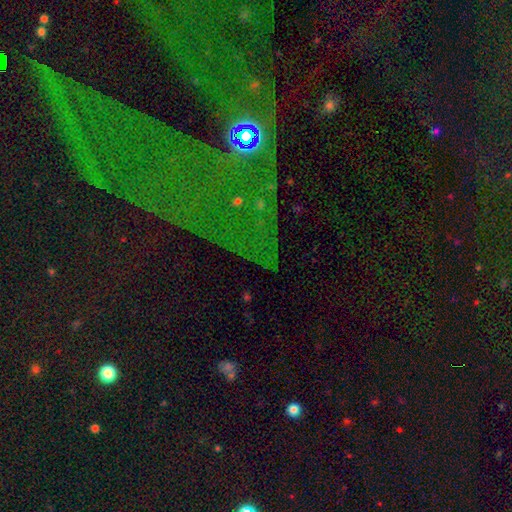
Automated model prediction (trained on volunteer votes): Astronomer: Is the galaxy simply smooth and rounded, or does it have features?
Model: star or artifact — 68%.